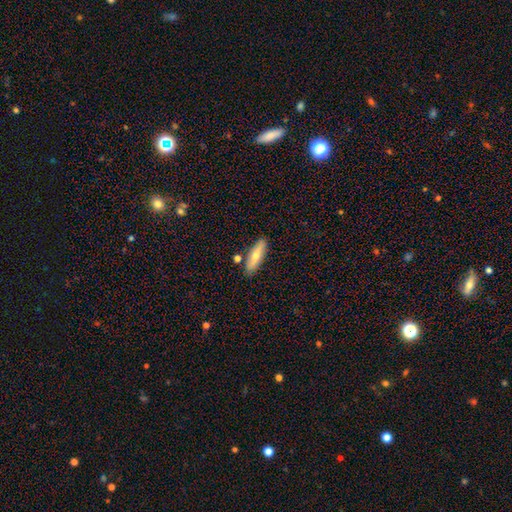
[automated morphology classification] The model was most divided on "smooth or featured": smooth: 61%, featured or disk: 33%, star or artifact: 7%. More confident: merging — none (84%); how rounded — cigar-shaped (63%).